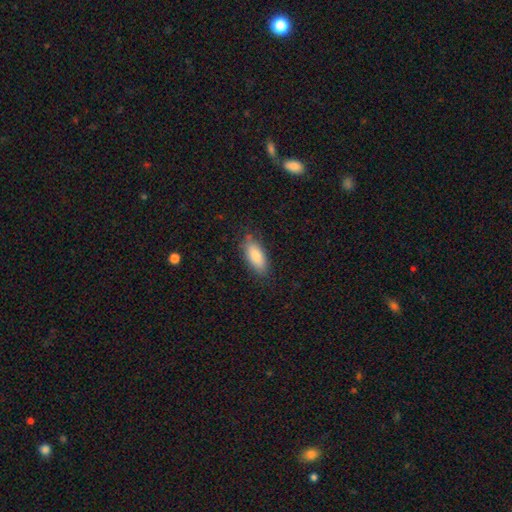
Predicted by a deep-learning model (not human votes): Smooth or featured: smooth — 85% (featured or disk — 9%)
How rounded: in between — 82% (cigar-shaped — 16%)
Merging: none — 79% (minor disturbance — 16%)